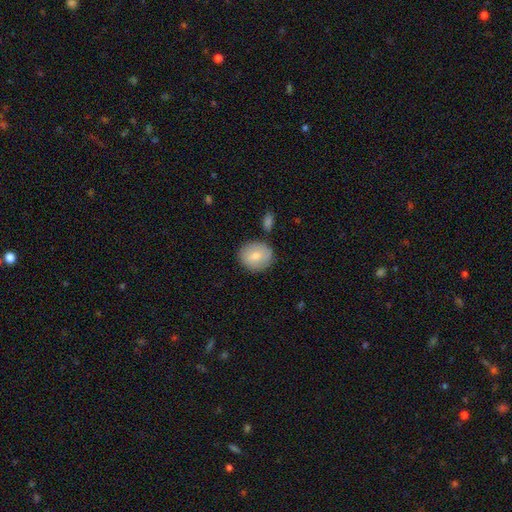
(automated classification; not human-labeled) This appears to be a smooth galaxy with no disk features (77%) that is round (73%). Merging: none (81%).